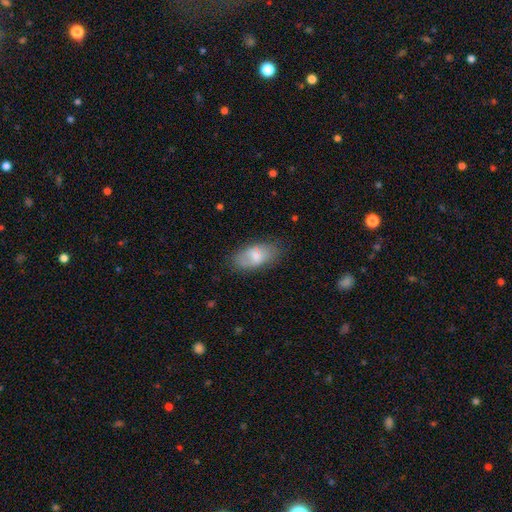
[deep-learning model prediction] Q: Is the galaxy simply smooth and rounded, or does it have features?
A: smooth — 68%.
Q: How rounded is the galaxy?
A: in between — 92%.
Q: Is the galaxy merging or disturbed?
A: none — 69%.